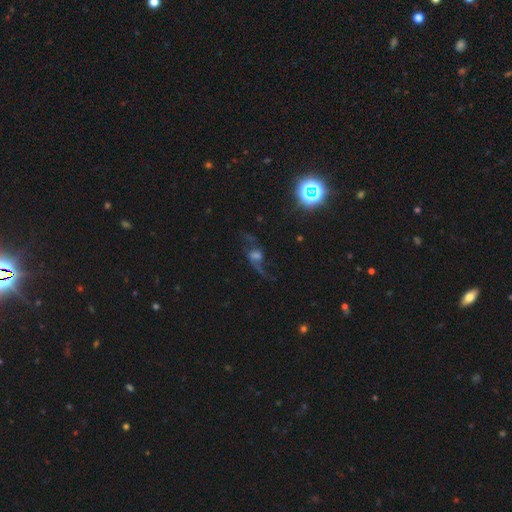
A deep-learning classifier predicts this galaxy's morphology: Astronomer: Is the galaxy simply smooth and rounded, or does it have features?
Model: featured or disk — 64%.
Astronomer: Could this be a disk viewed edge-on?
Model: no — 92%.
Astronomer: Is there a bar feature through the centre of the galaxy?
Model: no — 51% (runner-up: weak, 36%).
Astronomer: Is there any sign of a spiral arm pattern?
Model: yes — 84%.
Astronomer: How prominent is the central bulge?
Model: moderate — 32% (runner-up: small, 24%).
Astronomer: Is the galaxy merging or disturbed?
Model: none — 46% (runner-up: major disturbance, 33%).